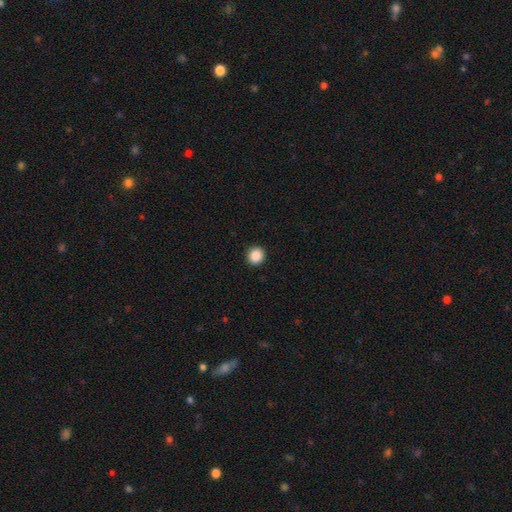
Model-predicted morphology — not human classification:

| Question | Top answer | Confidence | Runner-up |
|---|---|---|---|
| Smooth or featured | smooth | 89% | star or artifact (9%) |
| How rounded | round | 92% | in between (7%) |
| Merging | none | 93% | minor disturbance (5%) |